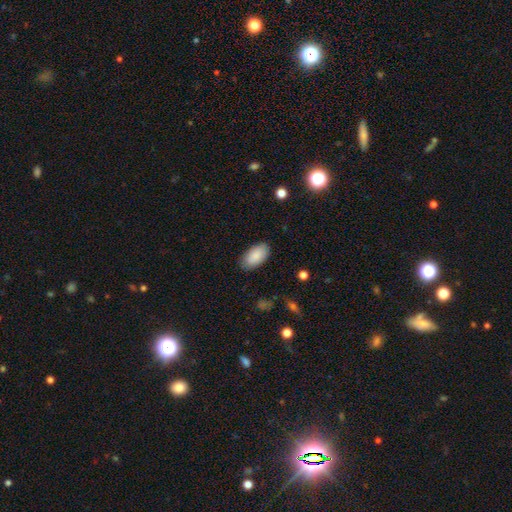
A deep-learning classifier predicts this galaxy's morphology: type=smooth (89%); roundness=in between (96%); merging=none (84%).